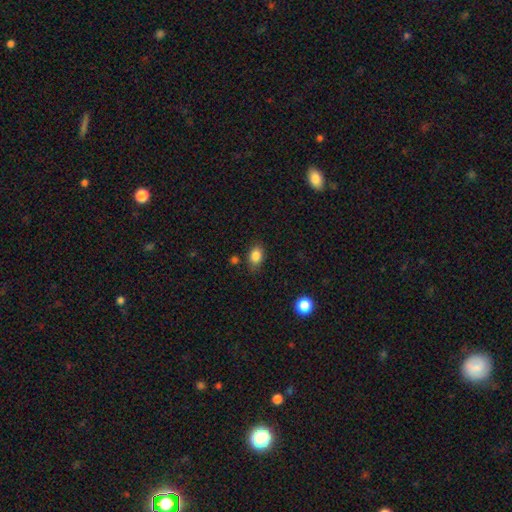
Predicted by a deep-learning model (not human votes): Smooth or featured? smooth (85%)
How rounded? in between (76%)
Merging? none (77%)